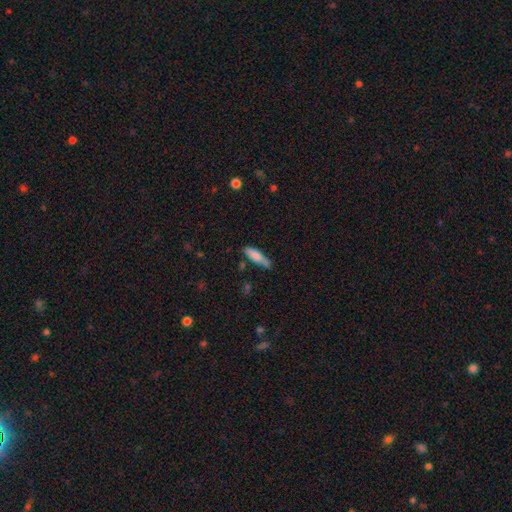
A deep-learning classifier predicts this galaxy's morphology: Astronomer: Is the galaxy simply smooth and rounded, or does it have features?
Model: smooth — 79%.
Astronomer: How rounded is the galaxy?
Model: cigar-shaped — 60% (runner-up: in between, 38%).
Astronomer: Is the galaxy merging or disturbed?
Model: none — 61%.